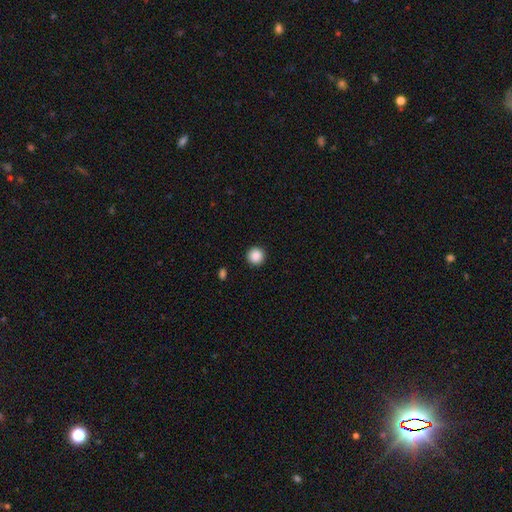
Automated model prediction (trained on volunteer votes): Overall: smooth (88%). How rounded: round (96%). Merging: none (93%).